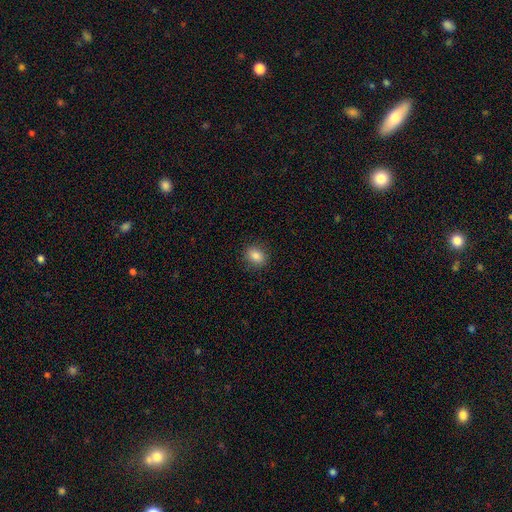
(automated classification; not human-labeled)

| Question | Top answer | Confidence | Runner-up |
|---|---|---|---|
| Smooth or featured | smooth | 84% | star or artifact (10%) |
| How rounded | in between | 53% | round (46%) |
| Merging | none | 88% | minor disturbance (9%) |